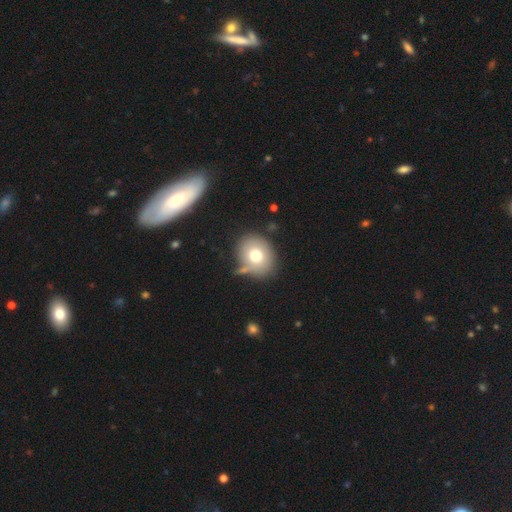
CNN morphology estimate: A smooth galaxy with no disk features (72%) that is round (64%). Merging: none (70%).